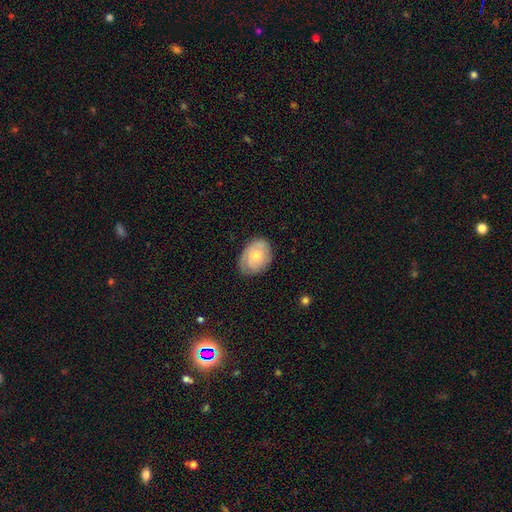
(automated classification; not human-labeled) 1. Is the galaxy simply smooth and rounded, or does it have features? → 53% smooth, 41% featured or disk, 7% star or artifact.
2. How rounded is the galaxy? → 70% in between, 29% round, 1% cigar-shaped.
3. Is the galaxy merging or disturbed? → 74% none, 19% minor disturbance, 5% major disturbance, 1% merger.